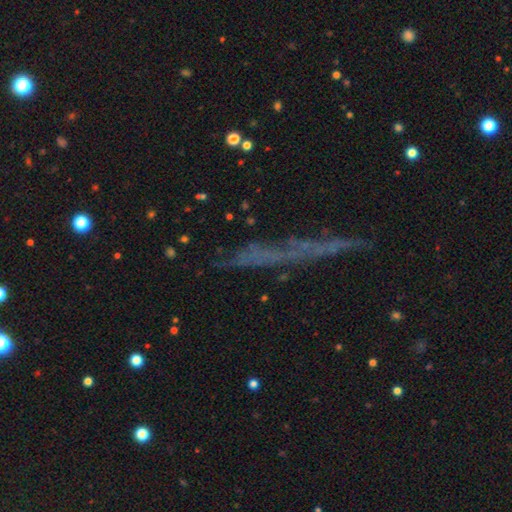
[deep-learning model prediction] A star or artifact, not a galaxy (44%).